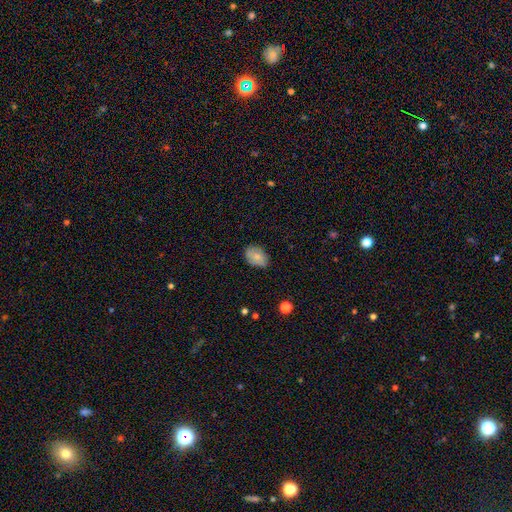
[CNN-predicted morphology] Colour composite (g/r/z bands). It shows a smooth galaxy with no disk features (79%) that is in between round and cigar-shaped (84%). Merging: none (77%).